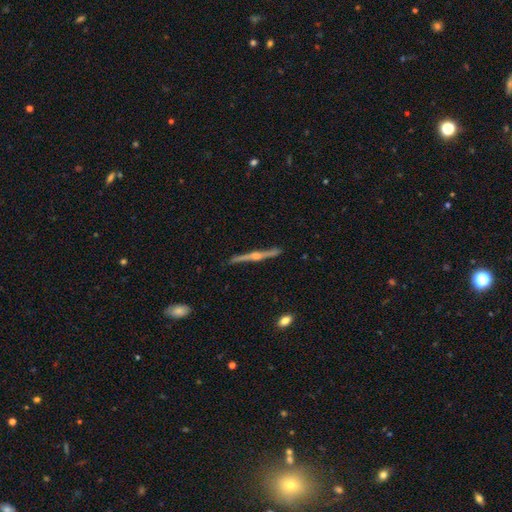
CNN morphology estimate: featured or disk 85%, smooth 10%, star or artifact 5%. Down the decision tree: edge-on disk — yes (98%); edge-on bulge — rounded (90%); merging — none (89%).